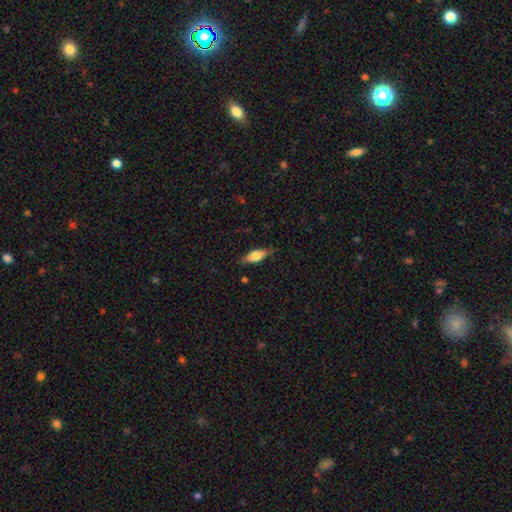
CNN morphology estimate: A smooth galaxy with no disk features (59%) that is in between round and cigar-shaped (60%).

Vote fractions:
- Smooth or featured? smooth: 59% / featured or disk: 34% / star or artifact: 6%
- How rounded? in between: 60% / cigar-shaped: 38% / round: 3%
- Merging? none: 80% / minor disturbance: 15% / major disturbance: 3% / merger: 1%